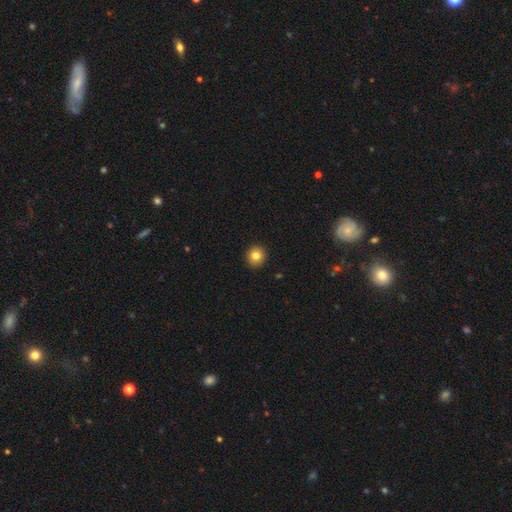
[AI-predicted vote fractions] Smooth or featured? Predicted: smooth (p=0.82). How rounded? Predicted: round (p=0.89). Merging? Predicted: none (p=0.92).